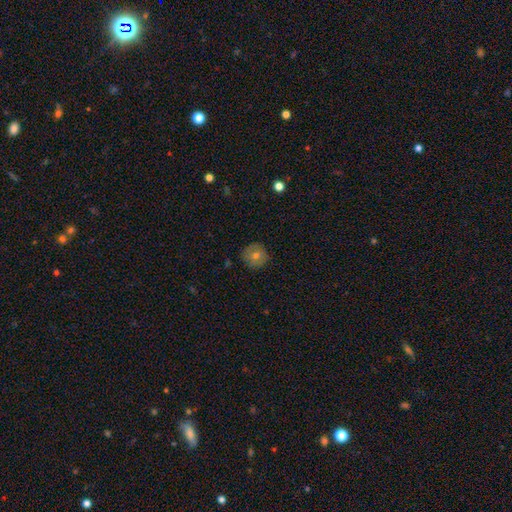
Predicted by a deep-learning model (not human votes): Overall: smooth (62%; featured or disk 26%). How rounded: round (93%). Merging: none (85%).